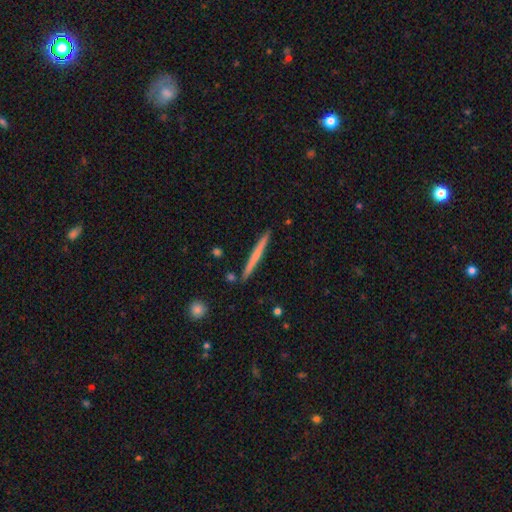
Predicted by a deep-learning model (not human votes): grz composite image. It shows a smooth galaxy with no disk features (51%) that is cigar-shaped (97%). Merging: none (91%).